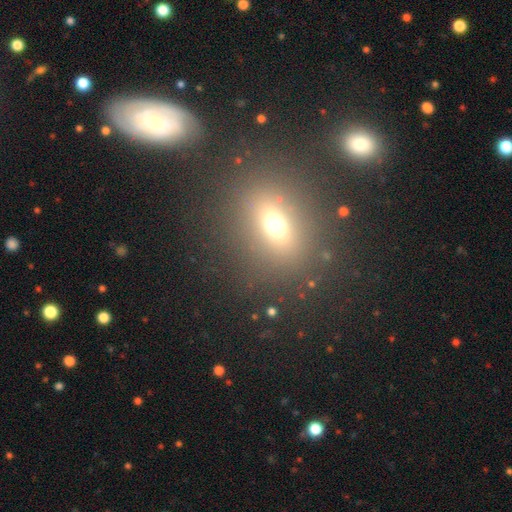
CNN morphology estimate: Q: Smooth or featured?
A: smooth (53%); runner-up: star or artifact (26%)
Q: How rounded?
A: in between (57%); runner-up: round (36%)
Q: Merging?
A: none (80%); runner-up: minor disturbance (10%)